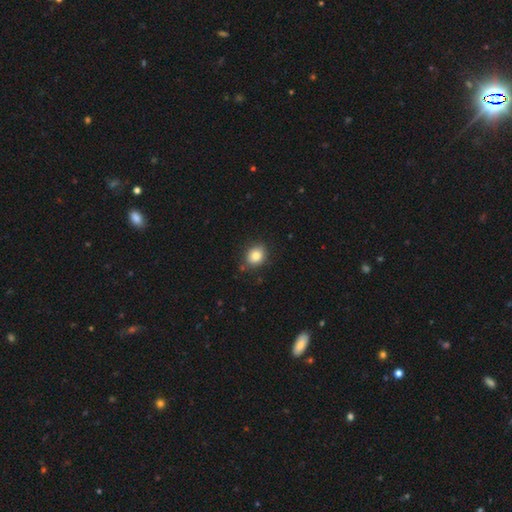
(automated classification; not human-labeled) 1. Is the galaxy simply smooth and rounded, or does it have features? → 83% smooth, 9% star or artifact, 8% featured or disk.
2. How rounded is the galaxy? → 56% round, 43% in between, 1% cigar-shaped.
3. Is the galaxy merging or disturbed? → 83% none, 13% minor disturbance, 3% major disturbance, 2% merger.